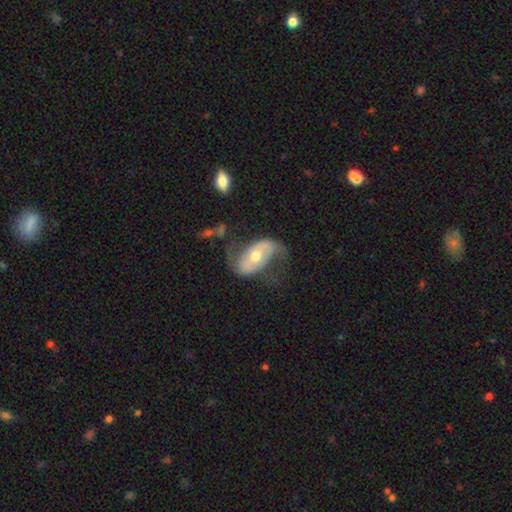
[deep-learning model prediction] A featured or disk galaxy (76%) with no bar (44%), 2 (88%) loose (62%) spiral arms (87%) and a moderate central bulge (68%). Merging: none (52%).